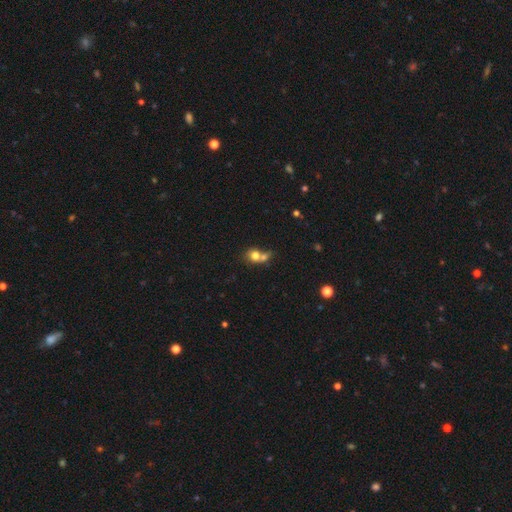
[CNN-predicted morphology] The model was most divided on "merging": merger: 58%, none: 29%, minor disturbance: 8%, major disturbance: 5%. More confident: smooth or featured — smooth (75%); how rounded — round (70%).